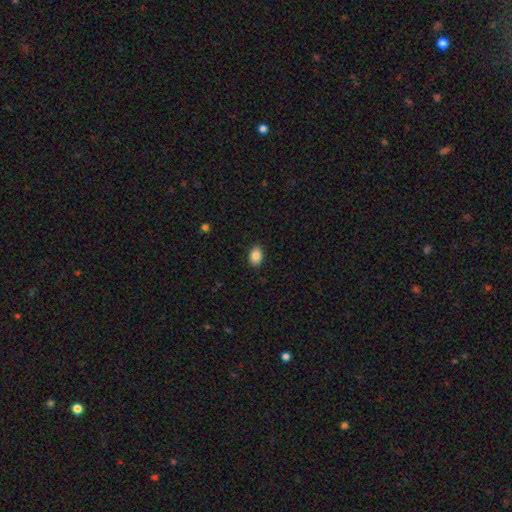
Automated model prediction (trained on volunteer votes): smooth_or_featured: smooth (p=0.87) [alt: star or artifact p=0.08]
how_rounded: in between (p=0.79) [alt: round p=0.20]
merging: none (p=0.89) [alt: minor disturbance p=0.08]